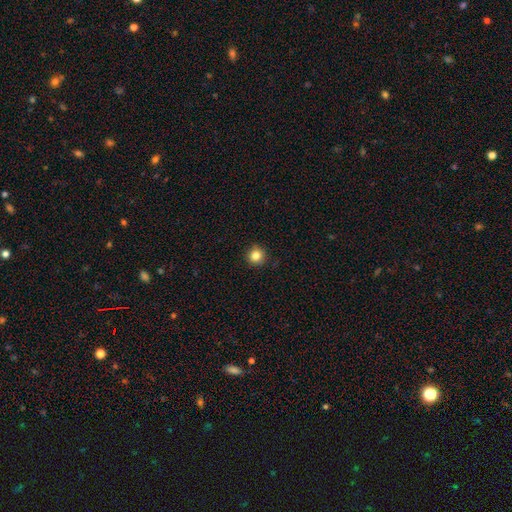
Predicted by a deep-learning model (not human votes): Morphology: type=smooth (84%); roundness=round (93%); merging=none (90%).